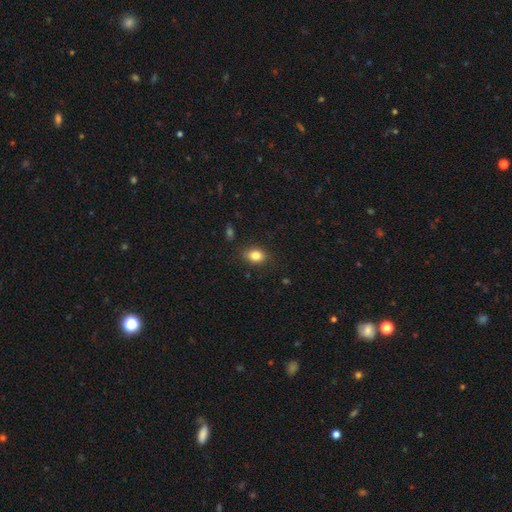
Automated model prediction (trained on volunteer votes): smooth-or-featured: smooth: 83% | star or artifact: 10% | featured or disk: 7%
  how-rounded: in between: 71% | round: 28% | cigar-shaped: 2%
  merging: none: 82% | minor disturbance: 14% | major disturbance: 3% | merger: 1%